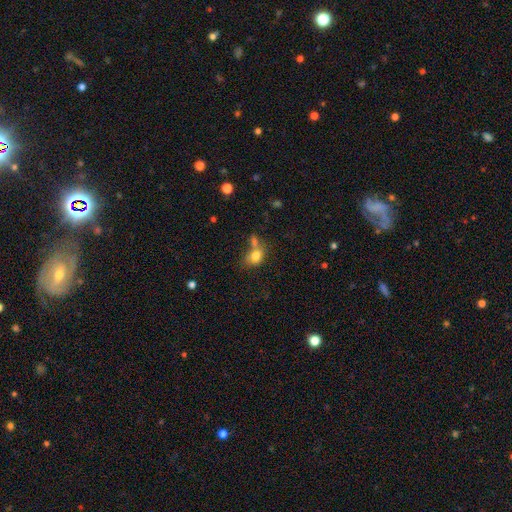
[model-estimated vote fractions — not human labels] A smooth galaxy with no disk features (78%) that is in between round and cigar-shaped (57%).

Vote fractions:
- Smooth or featured? smooth: 78% / featured or disk: 11% / star or artifact: 10%
- How rounded? in between: 57% / round: 41% / cigar-shaped: 2%
- Merging? merger: 37% (tied) / none: 37% (tied) / minor disturbance: 16% / major disturbance: 9%